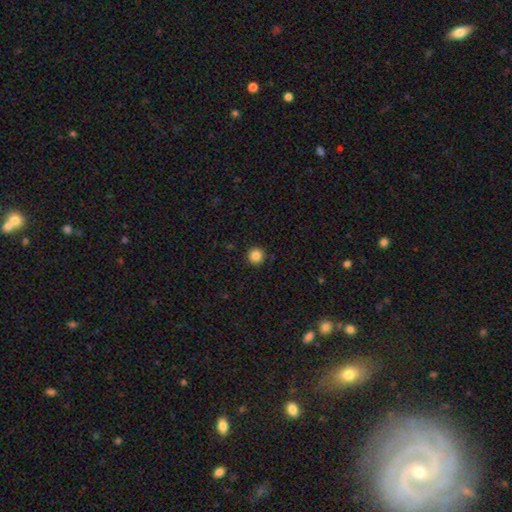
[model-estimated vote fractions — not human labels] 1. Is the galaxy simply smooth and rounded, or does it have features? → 86% smooth, 11% star or artifact, 4% featured or disk.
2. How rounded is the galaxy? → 96% round, 3% in between, 1% cigar-shaped.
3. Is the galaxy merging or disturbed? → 93% none, 5% minor disturbance, 2% major disturbance, 1% merger.